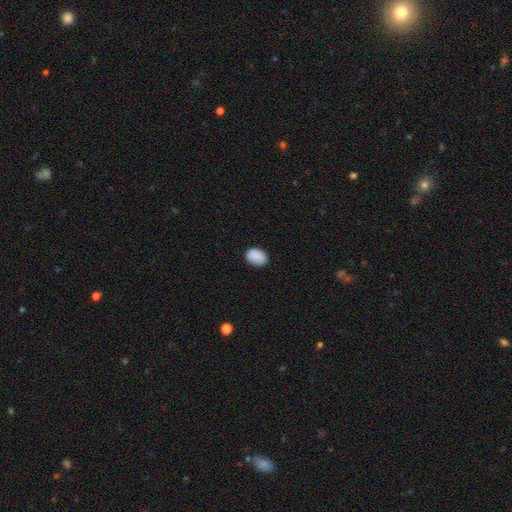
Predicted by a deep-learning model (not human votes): Smooth or featured: smooth — 88% (star or artifact — 7%)
How rounded: in between — 72% (round — 27%)
Merging: none — 82% (minor disturbance — 14%)